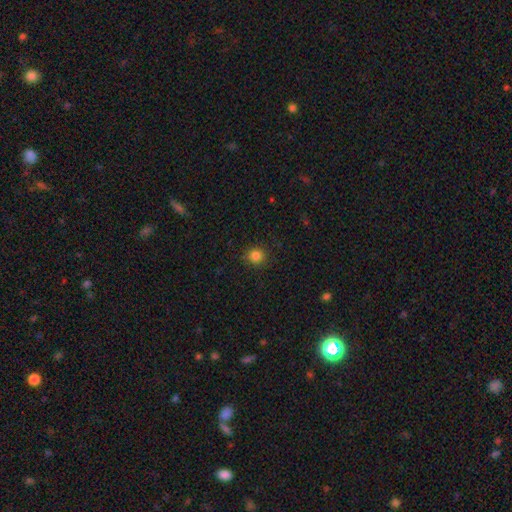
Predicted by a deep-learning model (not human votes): smooth-or-featured: smooth: 84% | star or artifact: 12% | featured or disk: 4%
  how-rounded: round: 91% | in between: 8% | cigar-shaped: 1%
  merging: none: 90% | minor disturbance: 7% | major disturbance: 2% | merger: 1%